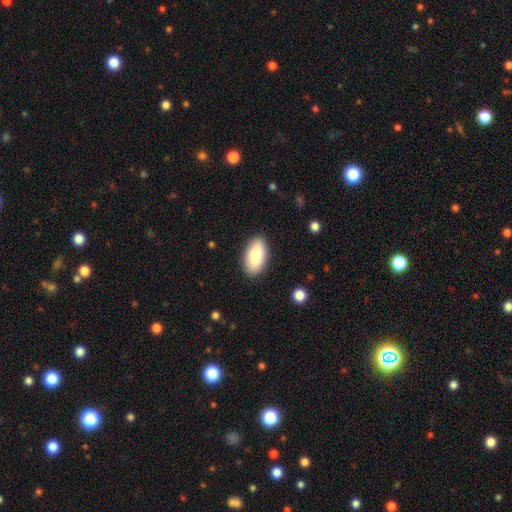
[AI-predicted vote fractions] Smooth or featured? smooth (88%)
How rounded? in between (95%)
Merging? none (87%)